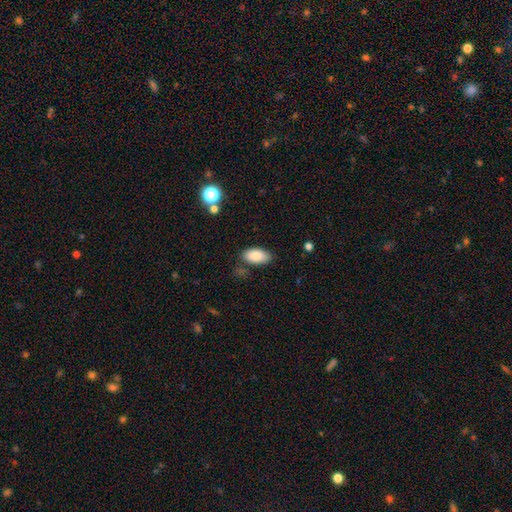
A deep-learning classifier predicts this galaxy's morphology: This appears to be a smooth galaxy with no disk features (86%) that is in between round and cigar-shaped (94%). Merging: none (78%).